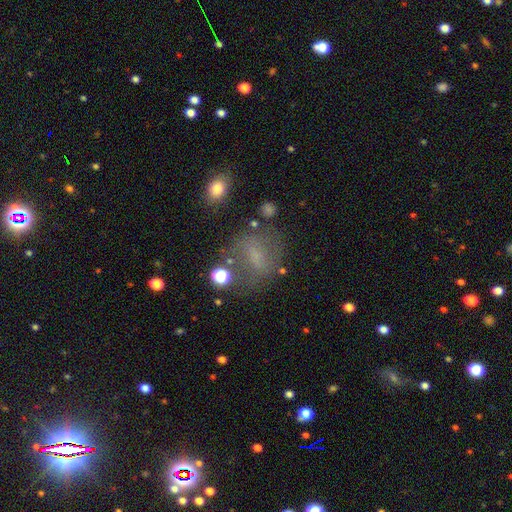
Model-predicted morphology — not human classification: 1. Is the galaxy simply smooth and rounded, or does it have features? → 47% smooth, 32% featured or disk, 21% star or artifact.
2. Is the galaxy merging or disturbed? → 59% none, 20% minor disturbance, 16% major disturbance, 5% merger.